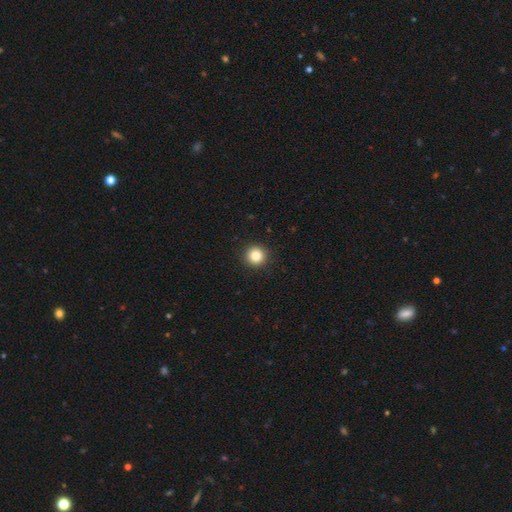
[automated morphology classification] Q: Smooth or featured?
A: smooth (84%); runner-up: star or artifact (11%)
Q: How rounded?
A: round (95%); runner-up: in between (4%)
Q: Merging?
A: none (93%); runner-up: minor disturbance (4%)